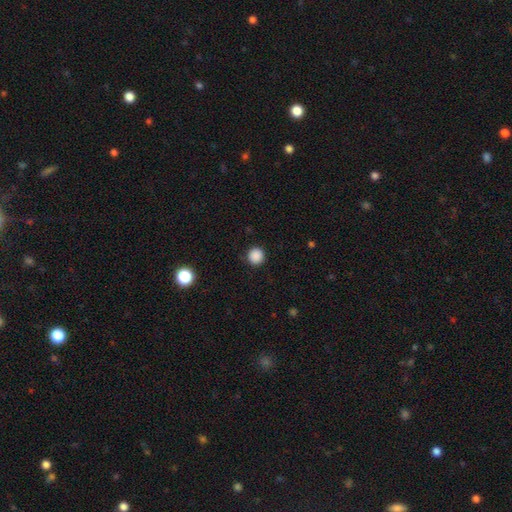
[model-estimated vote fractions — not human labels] smooth 88%, star or artifact 10%, featured or disk 2%. Down the decision tree: how rounded — round (94%); merging — none (91%).